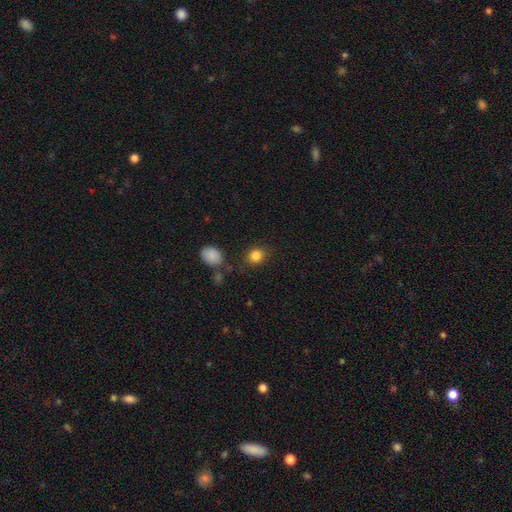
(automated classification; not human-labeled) A smooth galaxy with no disk features (85%) that is round (70%). Merging: none (80%).